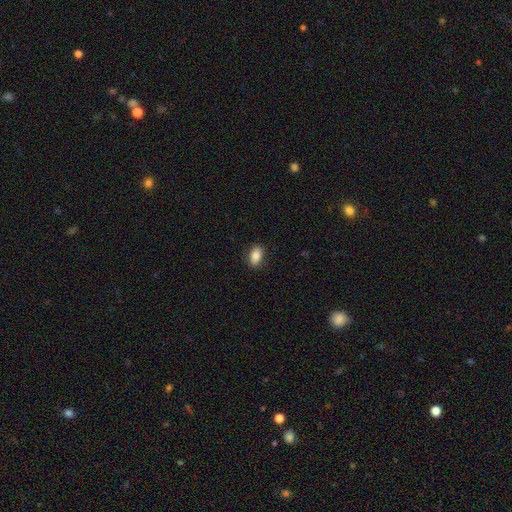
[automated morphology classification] smooth_or_featured: smooth (p=0.85) [alt: star or artifact p=0.08]
how_rounded: in between (p=0.88) [alt: round p=0.09]
merging: none (p=0.86) [alt: minor disturbance p=0.10]